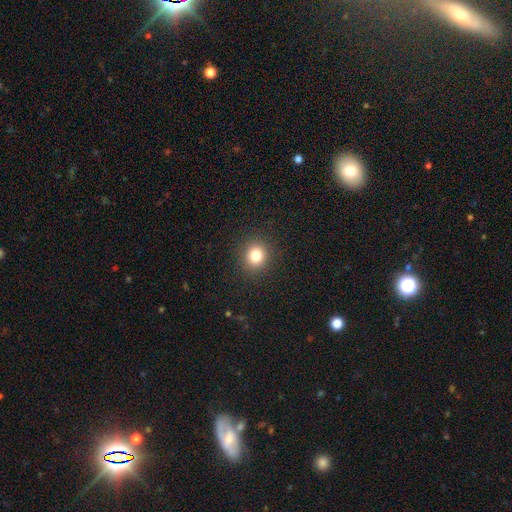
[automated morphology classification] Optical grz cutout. It shows a smooth galaxy with no disk features (81%) that is round (83%). Merging: none (90%).